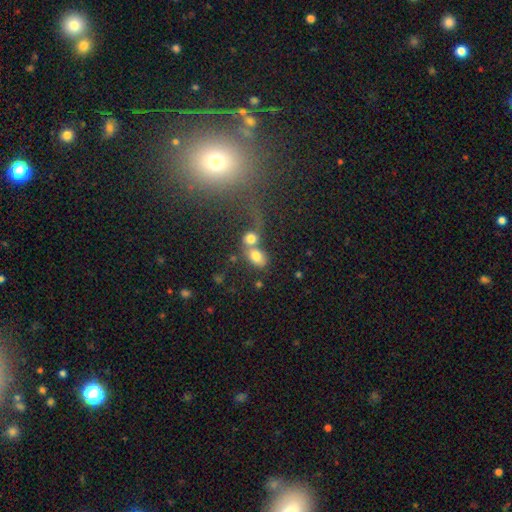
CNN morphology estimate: A smooth galaxy with no disk features (74%) that is in between round and cigar-shaped (71%).

Vote fractions:
- Smooth or featured? smooth: 74% / featured or disk: 14% / star or artifact: 12%
- How rounded? in between: 71% / round: 27% / cigar-shaped: 2%
- Merging? merger: 56% / none: 28% / minor disturbance: 8% / major disturbance: 7%